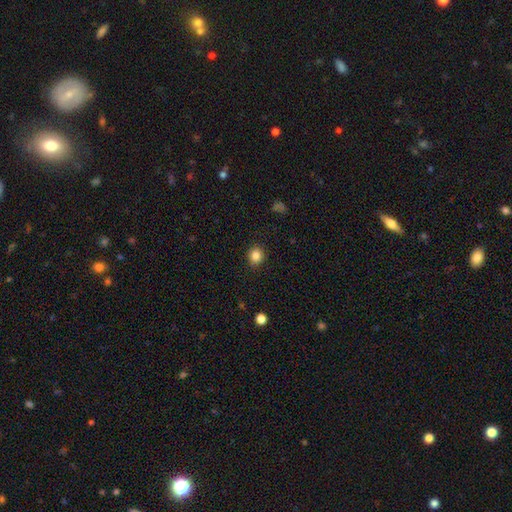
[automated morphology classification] A smooth galaxy with no disk features (84%) that is round (82%).

Vote fractions:
- Smooth or featured? smooth: 84% / star or artifact: 11% / featured or disk: 5%
- How rounded? round: 82% / in between: 17% / cigar-shaped: 1%
- Merging? none: 91% / minor disturbance: 6% / major disturbance: 2% / merger: 1%